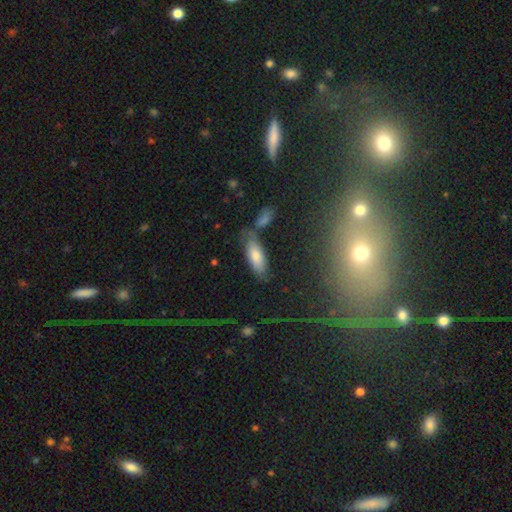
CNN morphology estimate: type=smooth (75%); roundness=in between (68%); merging=none (65%).